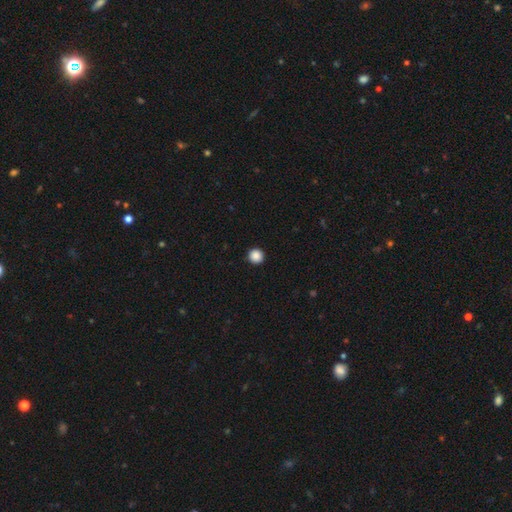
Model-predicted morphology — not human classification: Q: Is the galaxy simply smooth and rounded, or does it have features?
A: smooth — 88%.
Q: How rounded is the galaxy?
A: round — 96%.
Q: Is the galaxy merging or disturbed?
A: none — 94%.